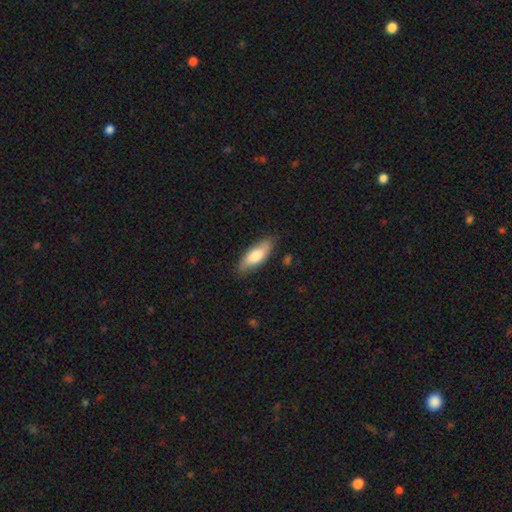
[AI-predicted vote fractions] Smooth or featured?
  - smooth: 72% *
  - featured or disk: 22%
  - star or artifact: 5%
How rounded?
  - in between: 65% *
  - cigar-shaped: 33%
  - round: 2%
Merging?
  - none: 81% *
  - minor disturbance: 15%
  - major disturbance: 3%
  - merger: 1%